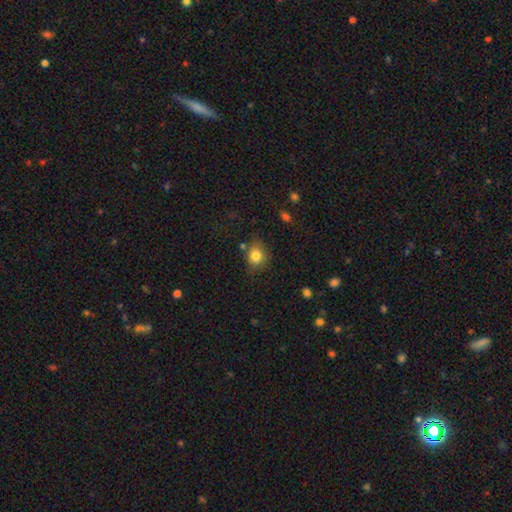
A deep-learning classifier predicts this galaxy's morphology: Smooth or featured?
  - smooth: 83% *
  - star or artifact: 10%
  - featured or disk: 7%
How rounded?
  - round: 61% *
  - in between: 38%
  - cigar-shaped: 1%
Merging?
  - none: 72% *
  - minor disturbance: 19%
  - major disturbance: 5%
  - merger: 4%